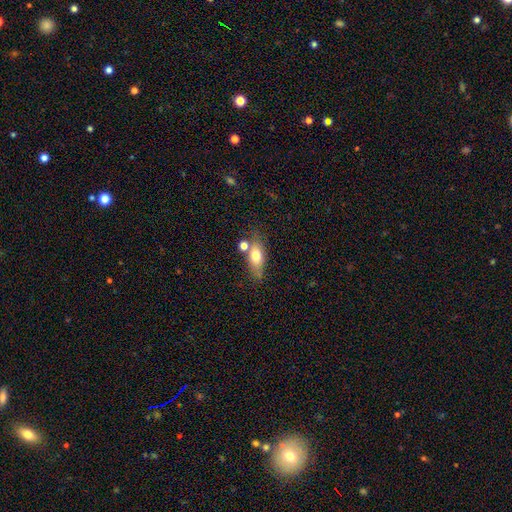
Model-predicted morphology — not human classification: type=smooth (70%); roundness=in between (74%); merging=none (59%).